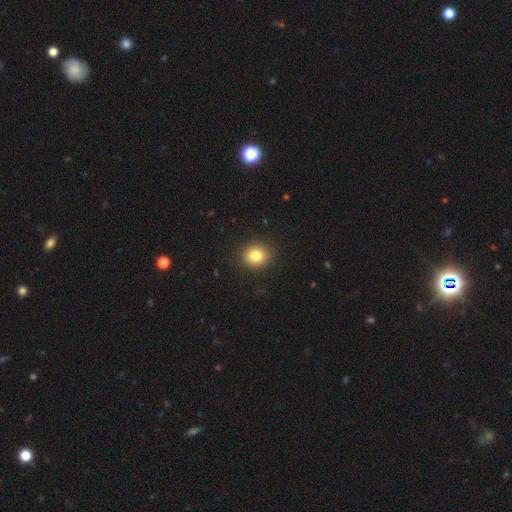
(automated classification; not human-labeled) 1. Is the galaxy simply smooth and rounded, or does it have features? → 82% smooth, 11% star or artifact, 7% featured or disk.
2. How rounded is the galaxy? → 82% round, 17% in between, 1% cigar-shaped.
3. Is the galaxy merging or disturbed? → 91% none, 6% minor disturbance, 2% major disturbance, 1% merger.